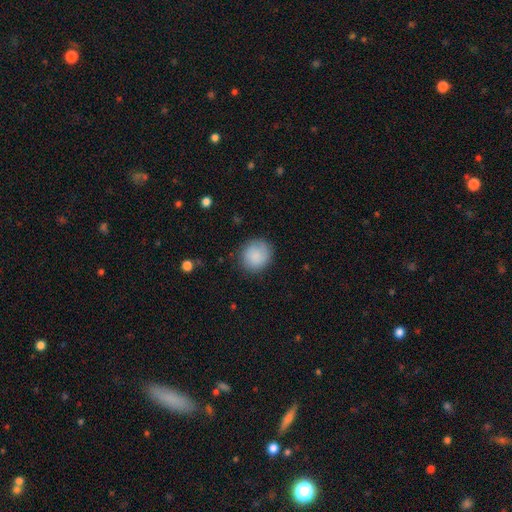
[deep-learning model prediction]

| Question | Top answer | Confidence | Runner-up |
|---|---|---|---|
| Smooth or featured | smooth | 87% | star or artifact (7%) |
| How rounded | round | 85% | in between (14%) |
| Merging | none | 84% | minor disturbance (11%) |